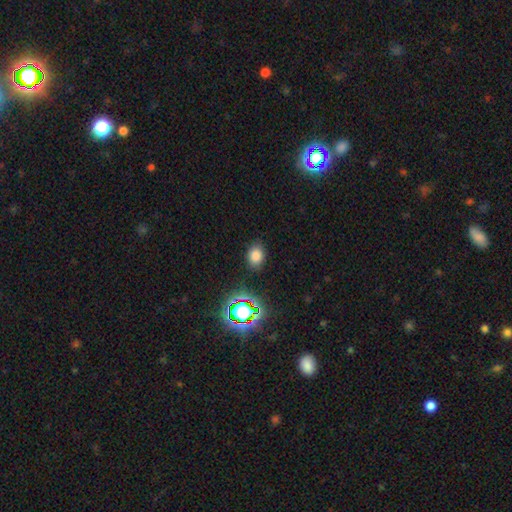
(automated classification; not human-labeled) smooth_or_featured: smooth (p=0.76) [alt: star or artifact p=0.18]
how_rounded: in between (p=0.62) [alt: round p=0.37]
merging: none (p=0.84) [alt: minor disturbance p=0.11]